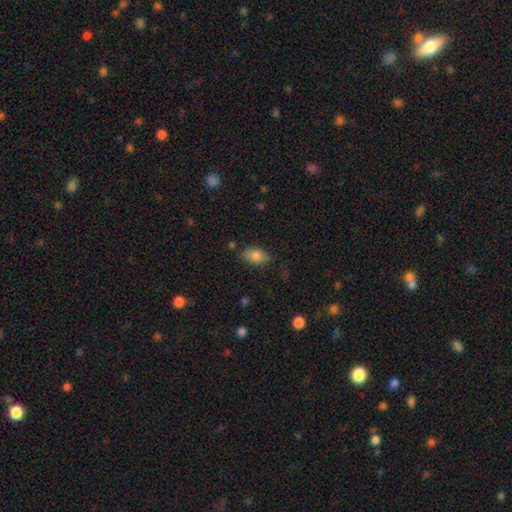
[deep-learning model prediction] A smooth galaxy with no disk features (82%) that is in between round and cigar-shaped (91%). Merging: none (79%).